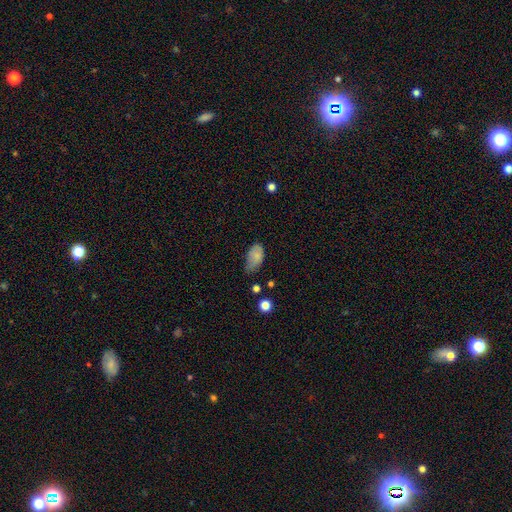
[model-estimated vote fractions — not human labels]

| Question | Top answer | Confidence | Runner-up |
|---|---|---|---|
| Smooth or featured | smooth | 81% | featured or disk (10%) |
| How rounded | in between | 92% | round (5%) |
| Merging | none | 43% | tied: minor disturbance (43%) |